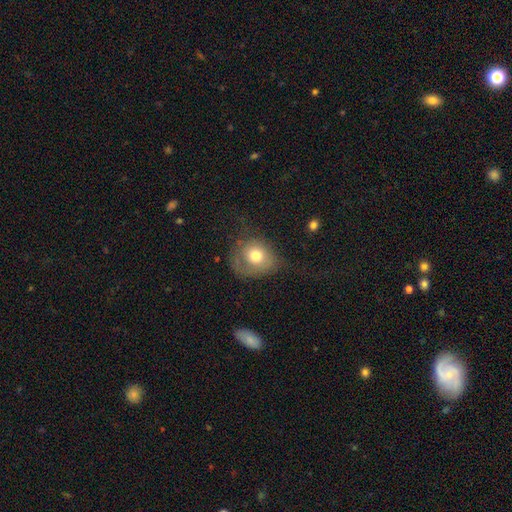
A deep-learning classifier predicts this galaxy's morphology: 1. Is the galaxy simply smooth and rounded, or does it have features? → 67% smooth, 23% featured or disk, 10% star or artifact.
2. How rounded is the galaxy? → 68% round, 31% in between, 1% cigar-shaped.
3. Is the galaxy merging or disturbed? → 44% none, 28% minor disturbance, 26% major disturbance, 2% merger.